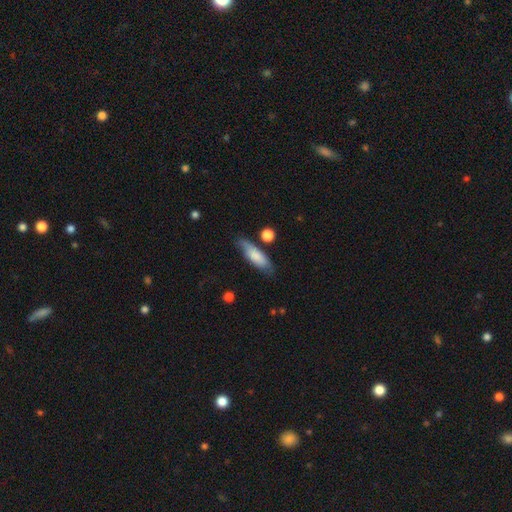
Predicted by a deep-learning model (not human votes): smooth_or_featured: smooth (p=0.74) [alt: featured or disk p=0.20]
how_rounded: in between (p=0.55) [alt: cigar-shaped p=0.43]
merging: none (p=0.65) [alt: minor disturbance p=0.24]